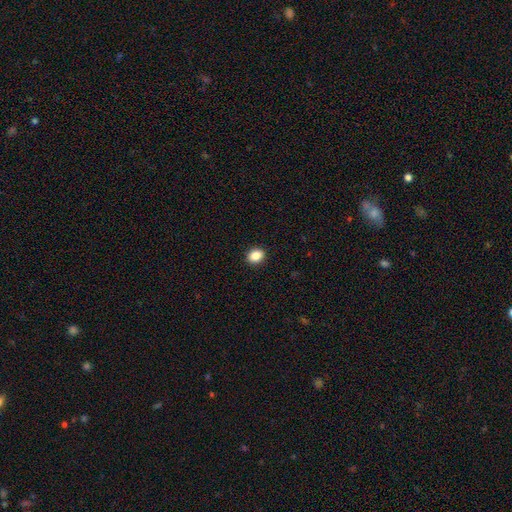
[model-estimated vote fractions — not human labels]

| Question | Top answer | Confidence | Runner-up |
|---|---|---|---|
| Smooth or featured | smooth | 87% | star or artifact (9%) |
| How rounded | round | 52% | in between (47%) |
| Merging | none | 92% | minor disturbance (6%) |